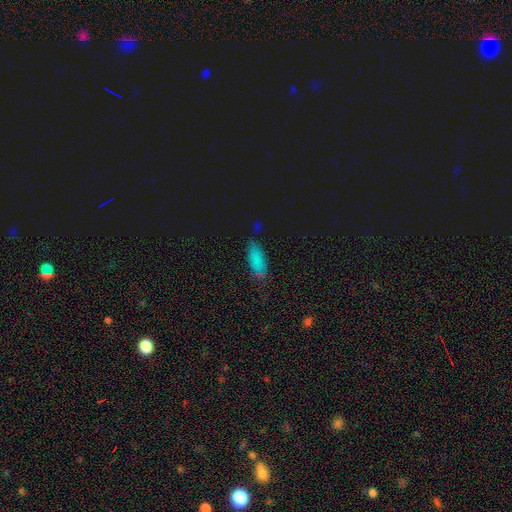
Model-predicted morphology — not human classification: A smooth galaxy with no disk features (73%) that is in between round and cigar-shaped (72%). Merging: none (74%).